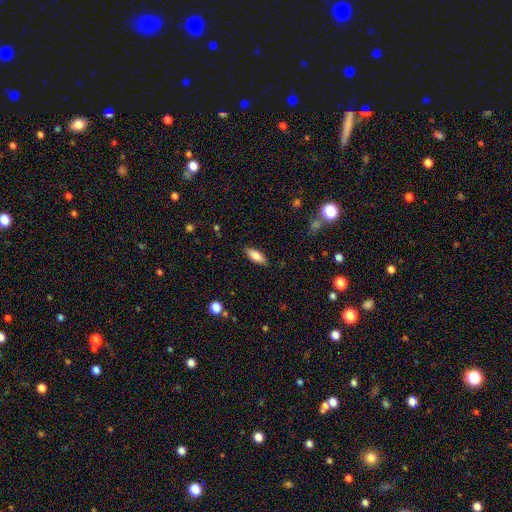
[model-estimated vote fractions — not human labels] Overall: smooth (83%). How rounded: in between (81%). Merging: none (86%).